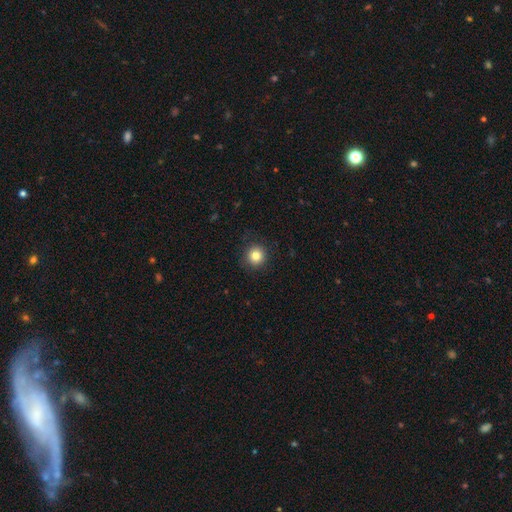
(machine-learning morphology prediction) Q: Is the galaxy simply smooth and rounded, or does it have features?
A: smooth — 83%.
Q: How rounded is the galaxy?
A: round — 94%.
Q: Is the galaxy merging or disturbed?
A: none — 90%.